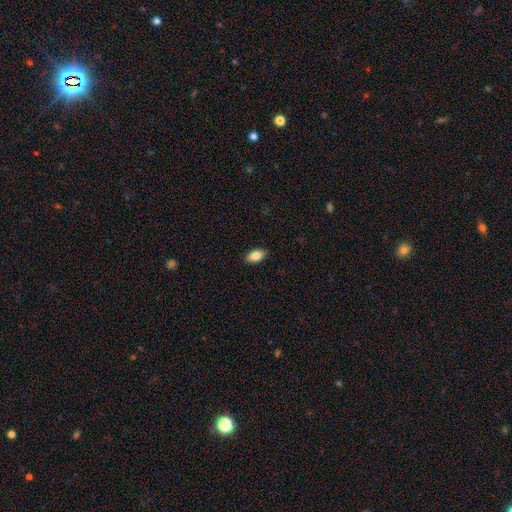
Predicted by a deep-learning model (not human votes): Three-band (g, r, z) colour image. It shows a smooth galaxy with no disk features (85%) that is in between round and cigar-shaped (92%). Merging: none (89%).